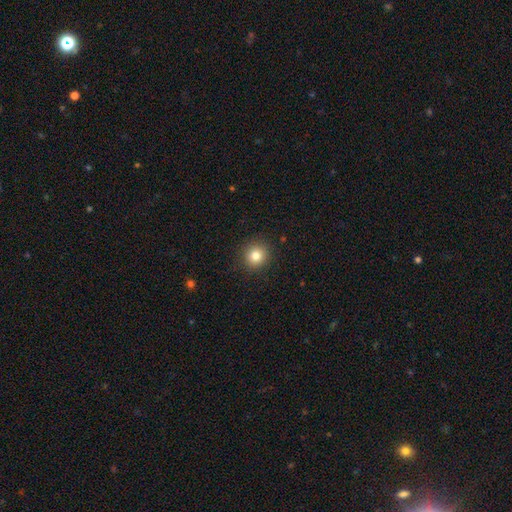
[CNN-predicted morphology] smooth_or_featured: smooth (p=0.83) [alt: star or artifact p=0.11]
how_rounded: round (p=0.90) [alt: in between p=0.09]
merging: none (p=0.90) [alt: minor disturbance p=0.06]